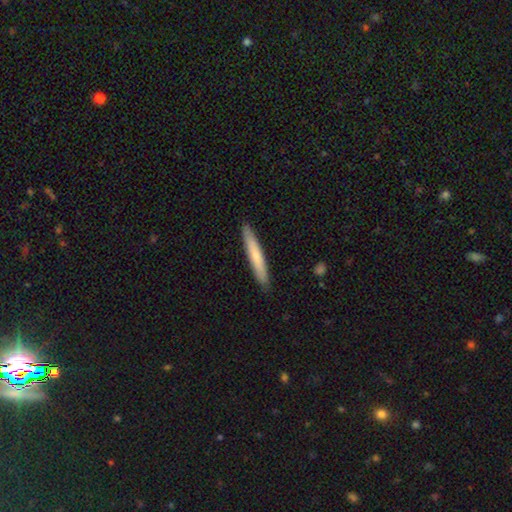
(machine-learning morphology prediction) Q: Smooth or featured?
A: smooth (69%); runner-up: featured or disk (26%)
Q: How rounded?
A: cigar-shaped (95%); runner-up: in between (4%)
Q: Merging?
A: none (91%); runner-up: minor disturbance (7%)